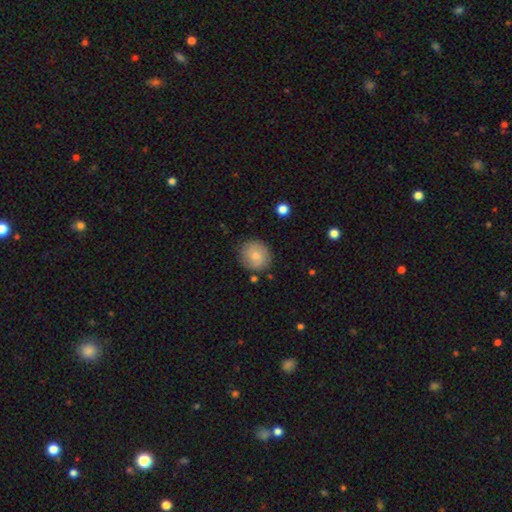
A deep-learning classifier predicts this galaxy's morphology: smooth_or_featured: smooth (p=0.73) [alt: featured or disk p=0.20]
how_rounded: round (p=0.85) [alt: in between p=0.14]
merging: none (p=0.82) [alt: minor disturbance p=0.13]